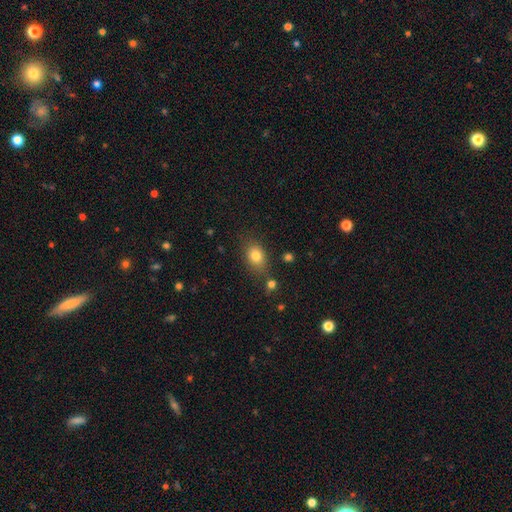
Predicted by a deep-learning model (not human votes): Q: Smooth or featured?
A: smooth (80%); runner-up: star or artifact (11%)
Q: How rounded?
A: in between (67%); runner-up: round (31%)
Q: Merging?
A: none (74%); runner-up: minor disturbance (15%)